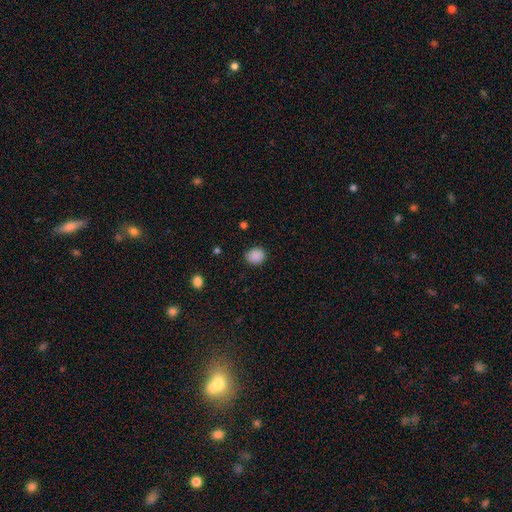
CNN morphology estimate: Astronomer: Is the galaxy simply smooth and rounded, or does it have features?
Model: smooth — 88%.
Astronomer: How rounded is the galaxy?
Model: round — 73%.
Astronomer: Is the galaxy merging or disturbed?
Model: none — 88%.